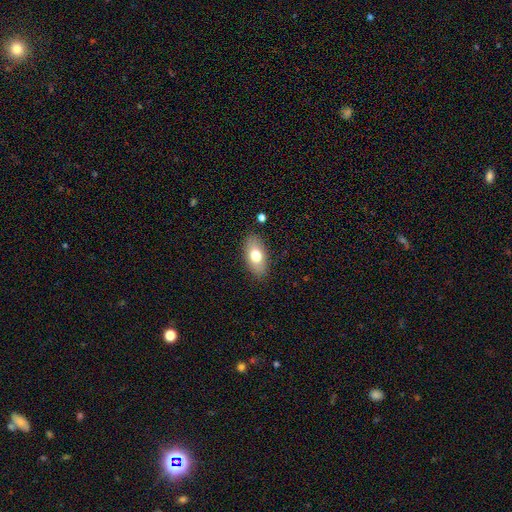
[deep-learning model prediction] smooth 72%, featured or disk 20%, star or artifact 8%. Down the decision tree: how rounded — in between (89%); merging — none (86%).